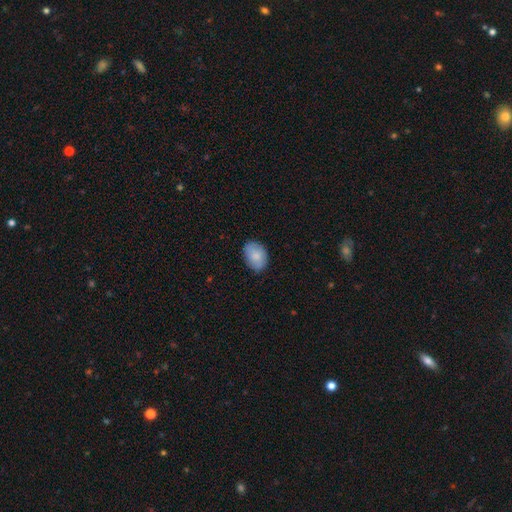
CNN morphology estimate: Q: Smooth or featured?
A: smooth (82%); runner-up: featured or disk (12%)
Q: How rounded?
A: in between (80%); runner-up: round (19%)
Q: Merging?
A: none (82%); runner-up: minor disturbance (15%)